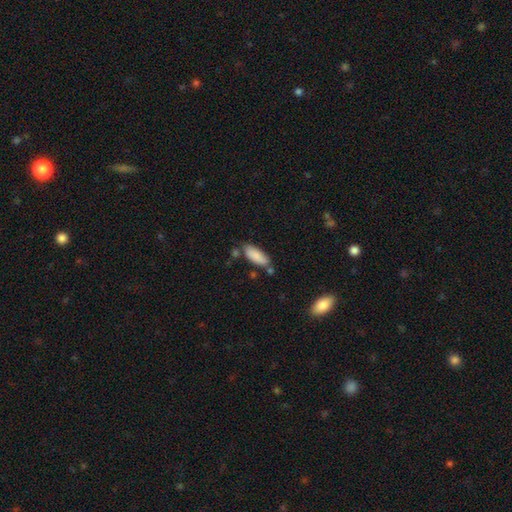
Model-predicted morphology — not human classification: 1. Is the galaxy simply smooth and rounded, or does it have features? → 87% smooth, 7% featured or disk, 6% star or artifact.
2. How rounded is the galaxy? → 76% in between, 22% cigar-shaped, 2% round.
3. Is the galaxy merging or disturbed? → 66% none, 19% minor disturbance, 11% merger, 4% major disturbance.